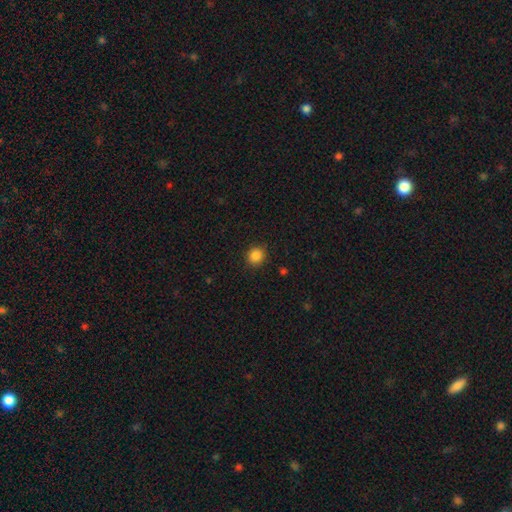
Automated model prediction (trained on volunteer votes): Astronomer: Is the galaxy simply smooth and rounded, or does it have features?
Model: smooth — 86%.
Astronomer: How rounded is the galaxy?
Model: round — 86%.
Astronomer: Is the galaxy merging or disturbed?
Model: none — 90%.